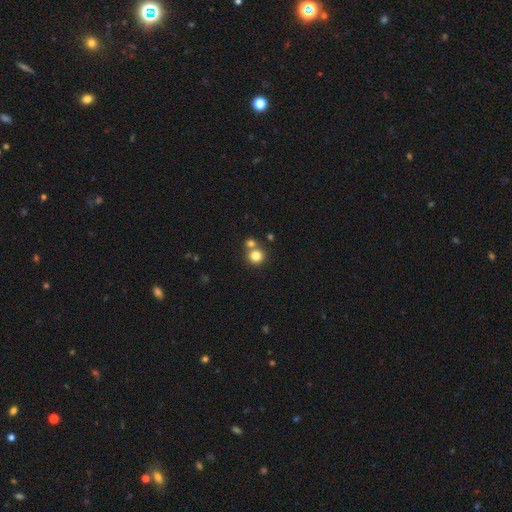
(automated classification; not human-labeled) Smooth or featured?
  - smooth: 81% *
  - star or artifact: 12%
  - featured or disk: 7%
How rounded?
  - round: 92% *
  - in between: 7%
  - cigar-shaped: 1%
Merging?
  - none: 61% *
  - merger: 30%
  - minor disturbance: 6%
  - major disturbance: 2%